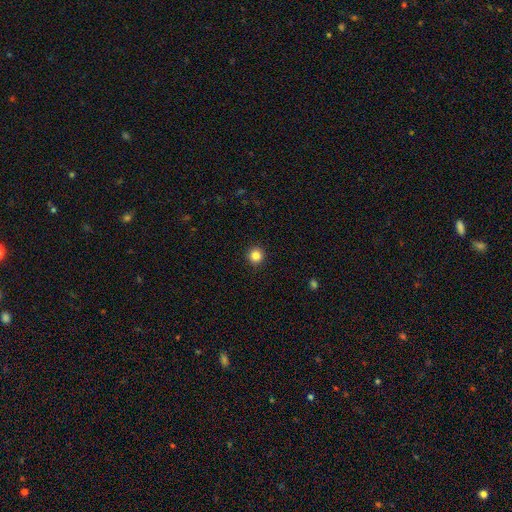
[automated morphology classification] smooth_or_featured: smooth (p=0.84) [alt: star or artifact p=0.11]
how_rounded: round (p=0.94) [alt: in between p=0.05]
merging: none (p=0.93) [alt: minor disturbance p=0.05]